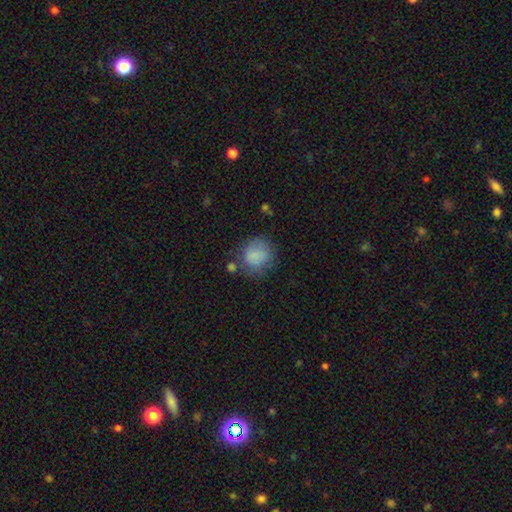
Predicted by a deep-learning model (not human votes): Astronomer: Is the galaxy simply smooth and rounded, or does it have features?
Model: smooth — 79%.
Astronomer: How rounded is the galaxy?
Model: round — 80%.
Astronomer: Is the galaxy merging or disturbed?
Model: none — 57%.